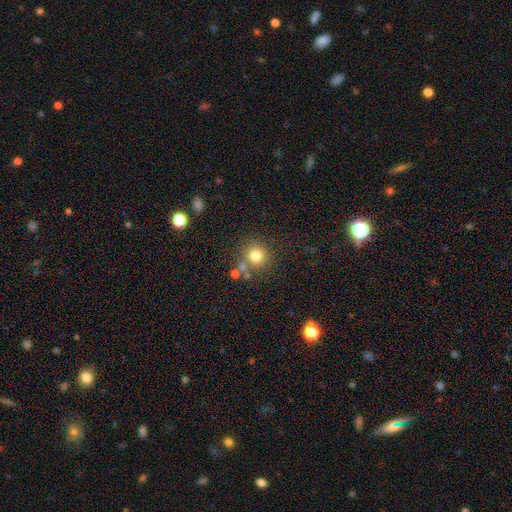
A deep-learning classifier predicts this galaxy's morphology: Smooth or featured? smooth (78%)
How rounded? round (91%)
Merging? none (72%)